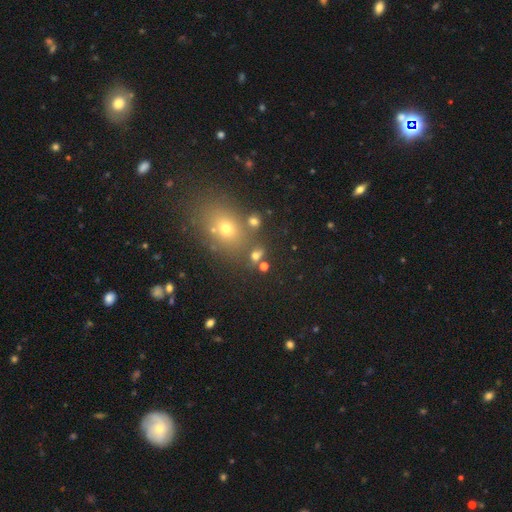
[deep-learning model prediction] Smooth or featured? smooth (65%)
How rounded? in between (49%)
Merging? none (65%)